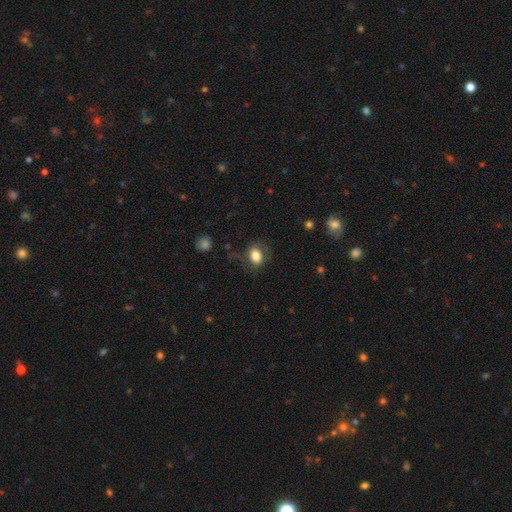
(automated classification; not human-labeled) Q: Smooth or featured?
A: smooth (81%); runner-up: featured or disk (10%)
Q: How rounded?
A: in between (75%); runner-up: round (23%)
Q: Merging?
A: none (73%); runner-up: minor disturbance (17%)